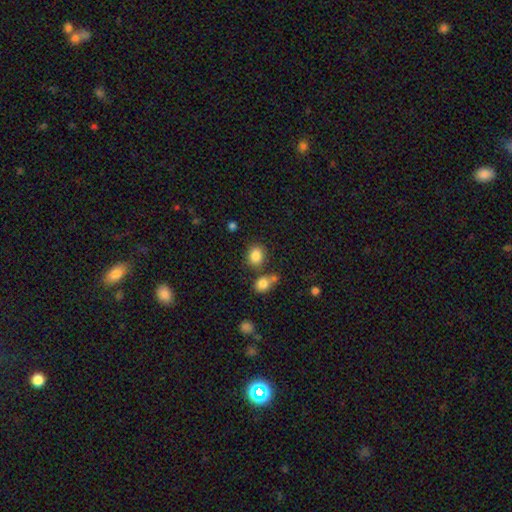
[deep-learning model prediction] smooth 85%, star or artifact 10%, featured or disk 5%. Down the decision tree: how rounded — round (59%); merging — none (71%).